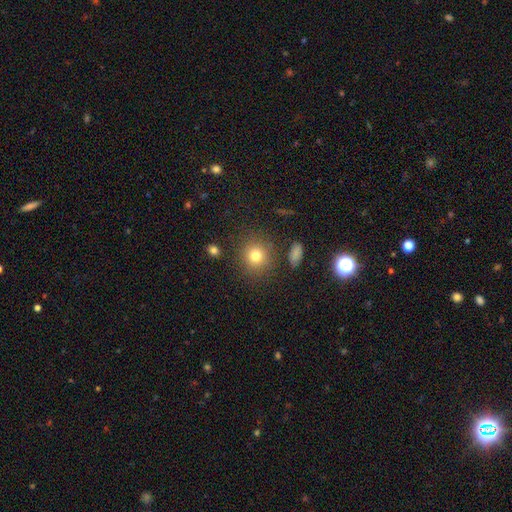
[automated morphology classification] This is likely a smooth galaxy (78%). How rounded: clearly round (88%). Merging: clearly none (85%).